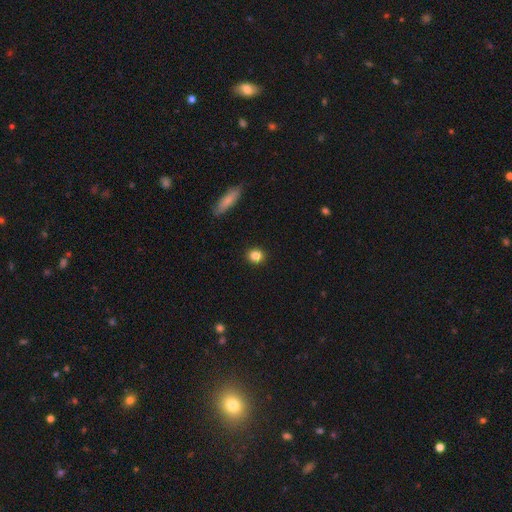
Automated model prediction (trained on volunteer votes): Smooth or featured: smooth — 85% (star or artifact — 10%)
How rounded: round — 83% (in between — 15%)
Merging: none — 92% (minor disturbance — 5%)